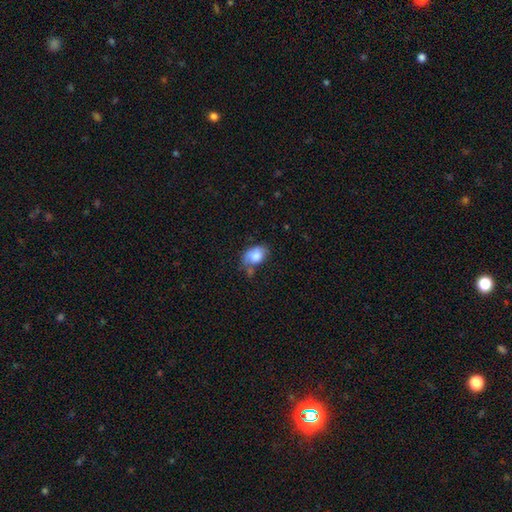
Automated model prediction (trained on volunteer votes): This appears to be a smooth galaxy with no disk features (74%) that is in between round and cigar-shaped (80%). Merging: none (38%).